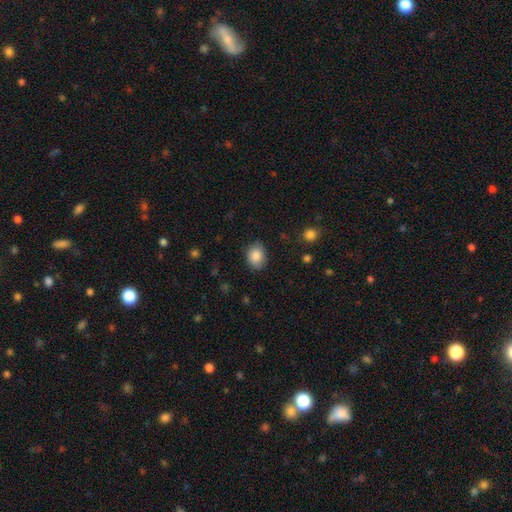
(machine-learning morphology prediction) Smooth or featured? Predicted: smooth (p=0.86). How rounded? Predicted: in between (p=0.62). Merging? Predicted: none (p=0.80).